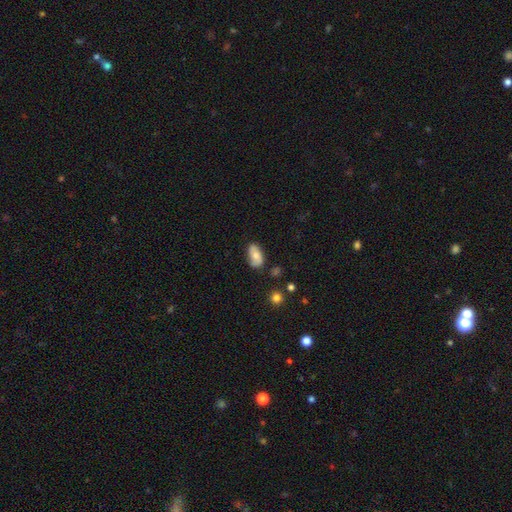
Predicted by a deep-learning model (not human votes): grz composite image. It shows a smooth galaxy with no disk features (64%) that is in between round and cigar-shaped (92%). Merging: none (73%).